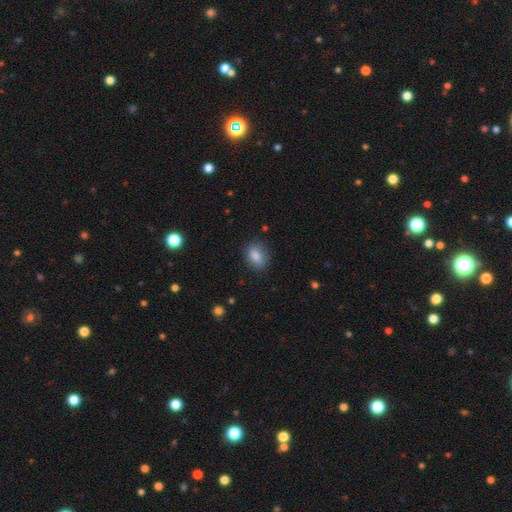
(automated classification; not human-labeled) This appears to be a smooth galaxy with no disk features (84%) that is in between round and cigar-shaped (72%). Merging: none (81%).